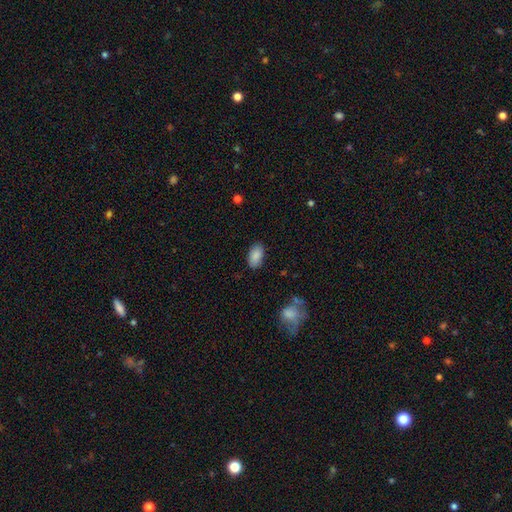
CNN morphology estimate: The model was most divided on "merging": none: 83%, minor disturbance: 12%, major disturbance: 3%, merger: 1%. More confident: how rounded — in between (94%); smooth or featured — smooth (88%).